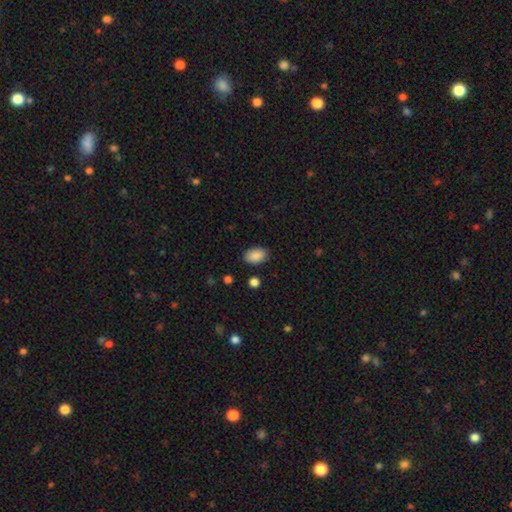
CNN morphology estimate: type=smooth (89%); roundness=in between (89%); merging=none (86%).